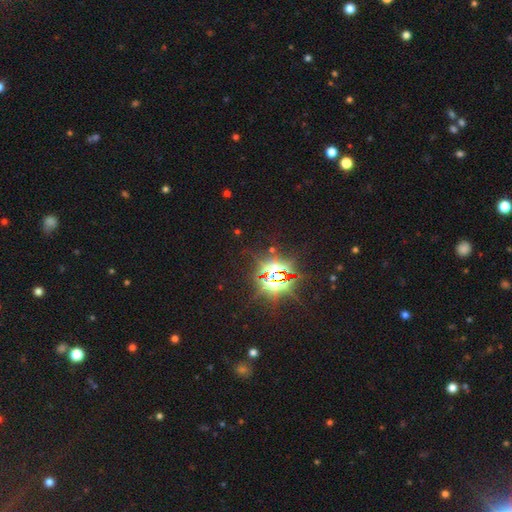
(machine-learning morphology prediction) A star or artifact, not a galaxy (86%).